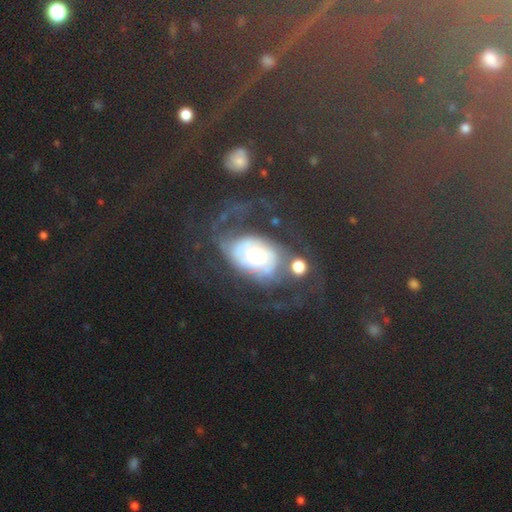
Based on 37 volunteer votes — Q: Smooth or featured?
A: featured or disk (97%); runner-up: smooth (3%)
Q: Edge-on disk?
A: no (97%); runner-up: yes (3%)
Q: Bar?
A: no (86%); runner-up: weak (9%)
Q: Spiral arms?
A: yes (83%); runner-up: no (17%)
Q: Spiral winding?
A: tight (41%); runner-up: medium (34%)
Q: Spiral arm count?
A: 2 (66%); runner-up: can't tell (17%)
Q: Bulge size?
A: moderate (66%); runner-up: large (17%)
Q: Merging?
A: none (57%); runner-up: minor disturbance (16%)